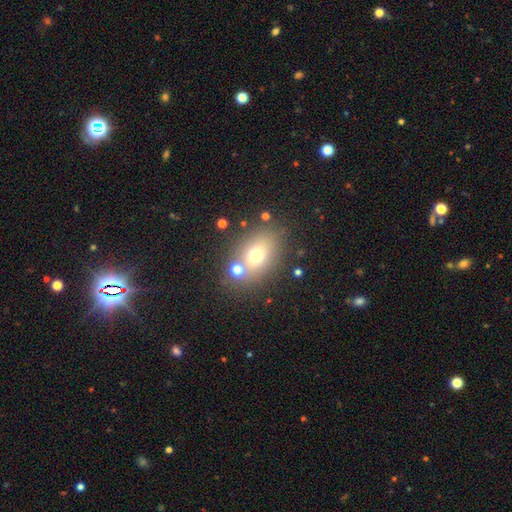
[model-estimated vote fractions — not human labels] Smooth or featured? smooth (67%)
How rounded? in between (69%)
Merging? none (70%)